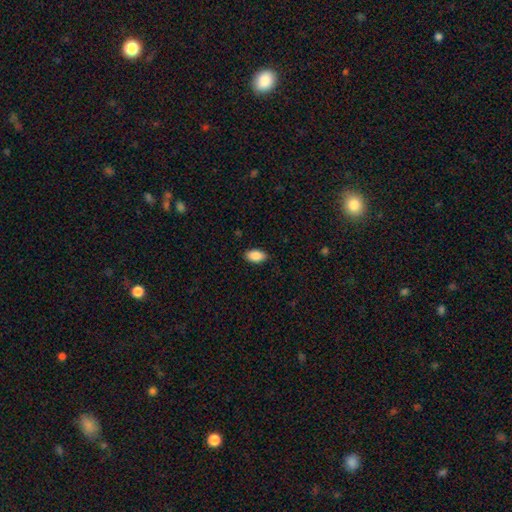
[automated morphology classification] Overall: smooth (89%). How rounded: in between (94%). Merging: none (86%).